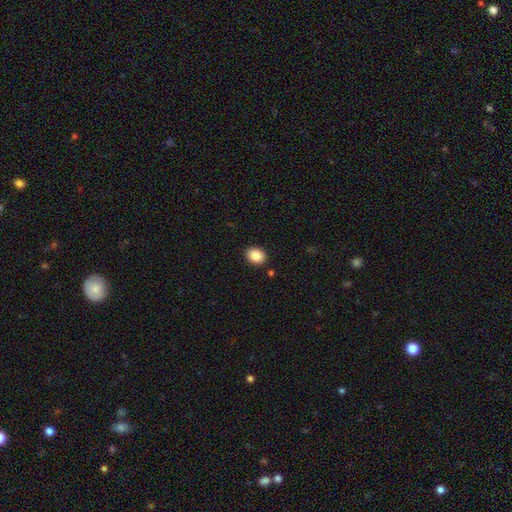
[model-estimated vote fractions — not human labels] Morphology: type=smooth (87%); roundness=in between (62%); merging=none (90%).